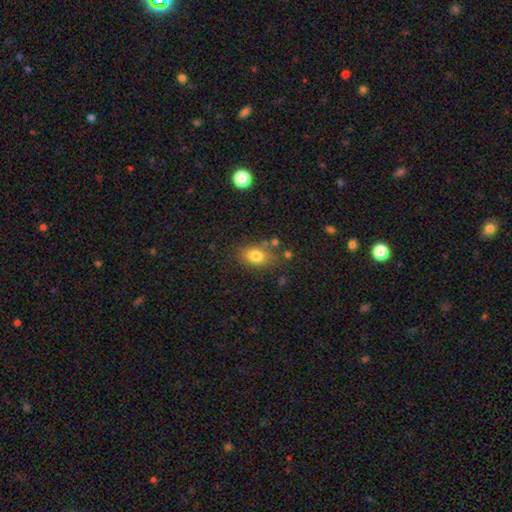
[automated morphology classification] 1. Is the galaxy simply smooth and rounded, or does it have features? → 80% smooth, 10% star or artifact, 10% featured or disk.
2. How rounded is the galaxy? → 73% in between, 25% round, 2% cigar-shaped.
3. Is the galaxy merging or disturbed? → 72% none, 17% minor disturbance, 6% merger, 5% major disturbance.